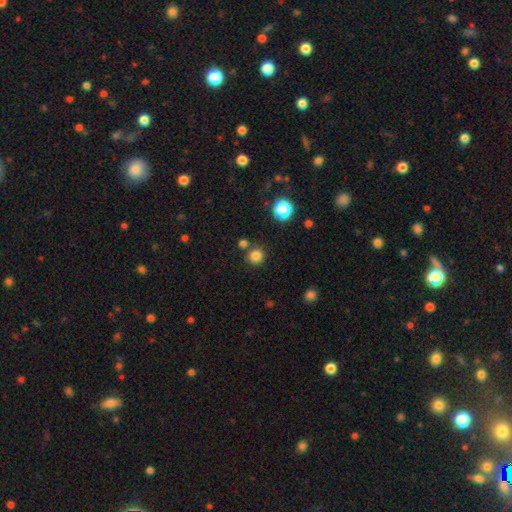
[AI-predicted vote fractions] smooth 82%, star or artifact 14%, featured or disk 4%. Down the decision tree: how rounded — round (94%); merging — none (81%).